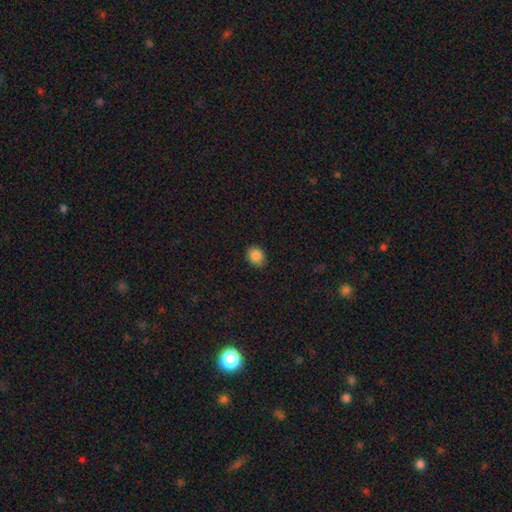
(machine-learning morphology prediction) A smooth galaxy with no disk features (86%) that is in between round and cigar-shaped (51%). Merging: none (88%).